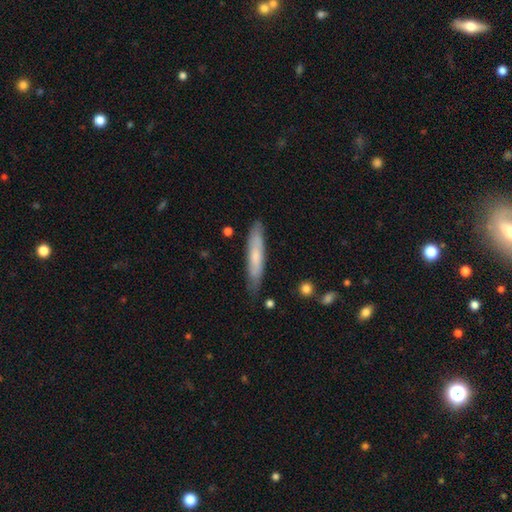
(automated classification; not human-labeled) A smooth galaxy with no disk features (63%) that is cigar-shaped (88%).

Vote fractions:
- Smooth or featured? smooth: 63% / featured or disk: 31% / star or artifact: 6%
- How rounded? cigar-shaped: 88% / in between: 11% / round: 1%
- Merging? none: 80% / minor disturbance: 16% / major disturbance: 3% / merger: 2%